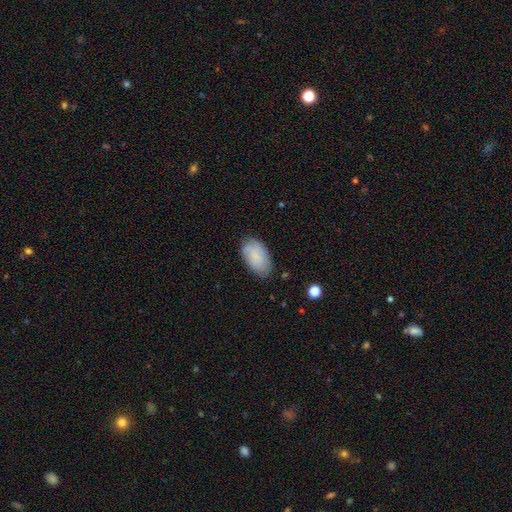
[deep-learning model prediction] A smooth galaxy with no disk features (71%) that is in between round and cigar-shaped (94%).

Vote fractions:
- Smooth or featured? smooth: 71% / featured or disk: 21% / star or artifact: 8%
- How rounded? in between: 94% / round: 4% / cigar-shaped: 2%
- Merging? none: 74% / minor disturbance: 20% / major disturbance: 5% / merger: 2%